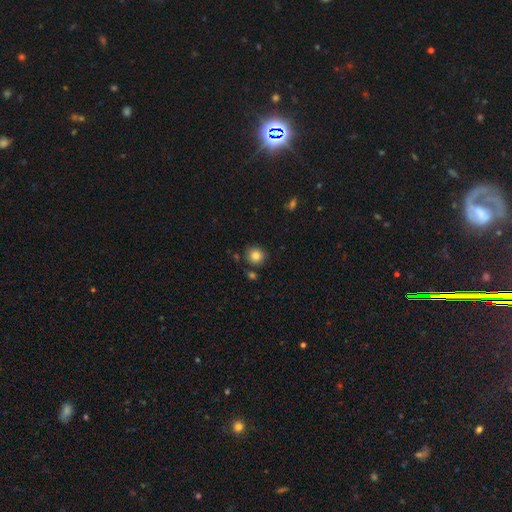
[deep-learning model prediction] The model was most divided on "smooth or featured": smooth: 83%, star or artifact: 10%, featured or disk: 6%. More confident: how rounded — round (90%); merging — none (84%).